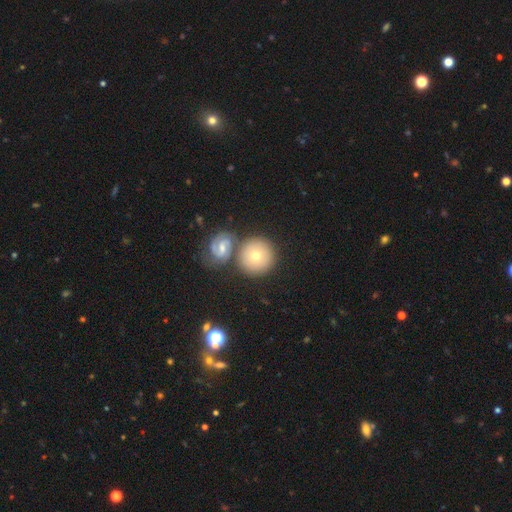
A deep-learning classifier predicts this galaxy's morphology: The model was most divided on "smooth or featured": smooth: 61%, featured or disk: 32%, star or artifact: 7%. More confident: how rounded — round (92%); merging — none (64%).